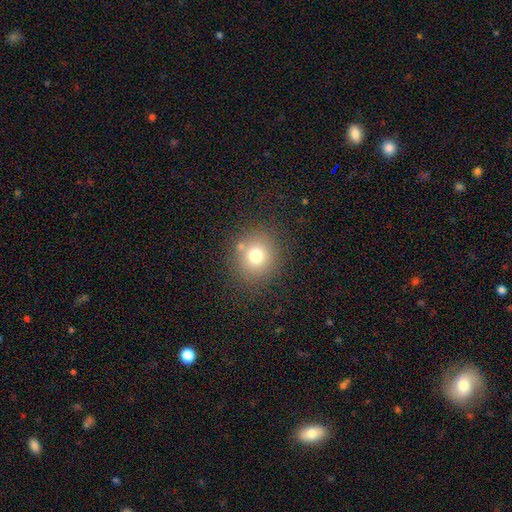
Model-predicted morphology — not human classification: This appears to be a smooth galaxy with no disk features (73%) that is round (86%). Merging: none (81%).